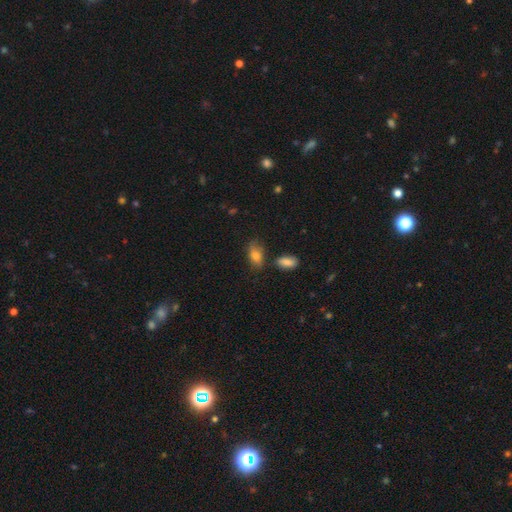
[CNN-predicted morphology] type=smooth (77%); roundness=in between (87%); merging=none (64%).